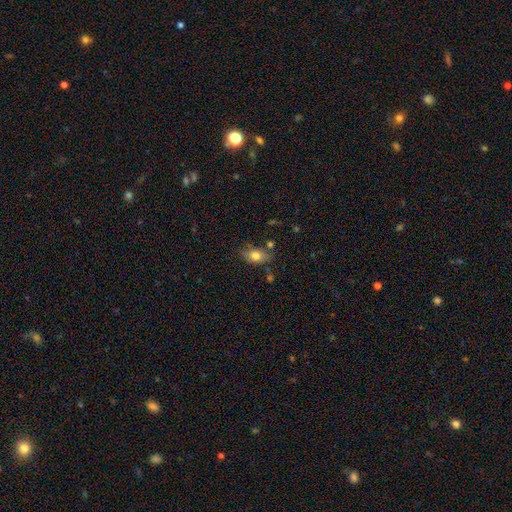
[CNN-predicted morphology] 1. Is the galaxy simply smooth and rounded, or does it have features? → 78% smooth, 13% featured or disk, 9% star or artifact.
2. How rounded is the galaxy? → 80% in between, 17% round, 3% cigar-shaped.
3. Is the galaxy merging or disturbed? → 65% none, 22% minor disturbance, 7% merger, 6% major disturbance.